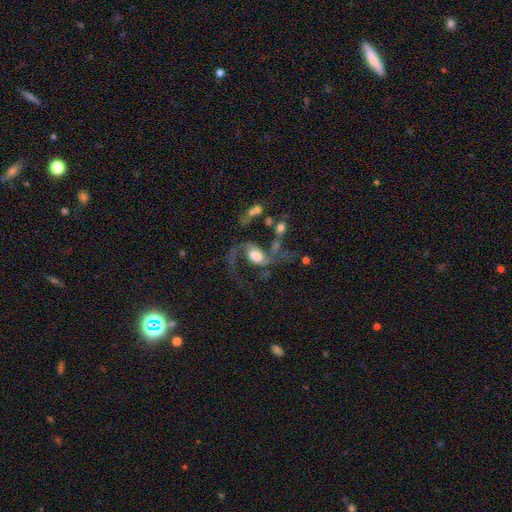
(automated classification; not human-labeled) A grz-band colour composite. It shows a featured or disk galaxy (74%) with no bar (44%), 2 (80%) loose (68%) spiral arms (89%) and a large central bulge (42%). Merging: none (35%).